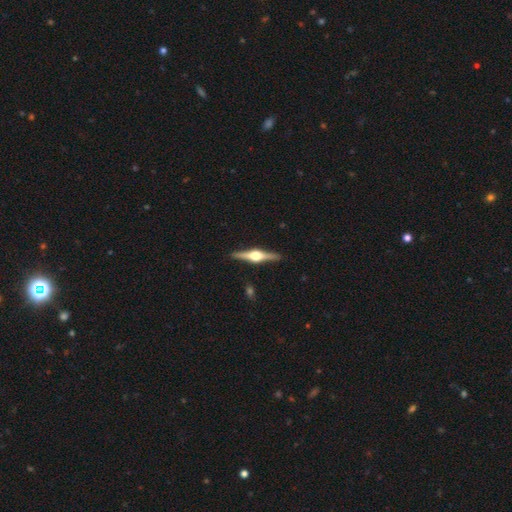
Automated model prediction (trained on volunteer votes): Morphology: type=featured or disk (82%); edge-on=yes (98%); edge-on bulge=rounded (95%); merging=none (92%).